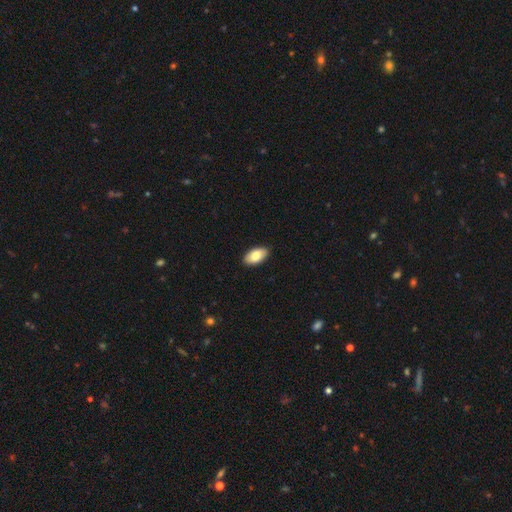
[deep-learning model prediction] smooth 82%, featured or disk 11%, star or artifact 6%. Down the decision tree: how rounded — in between (94%); merging — none (90%).